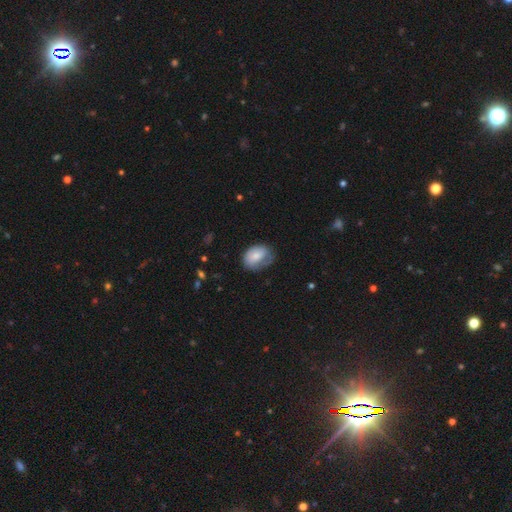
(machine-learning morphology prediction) A smooth galaxy with no disk features (75%) that is in between round and cigar-shaped (77%). Merging: none (47%).